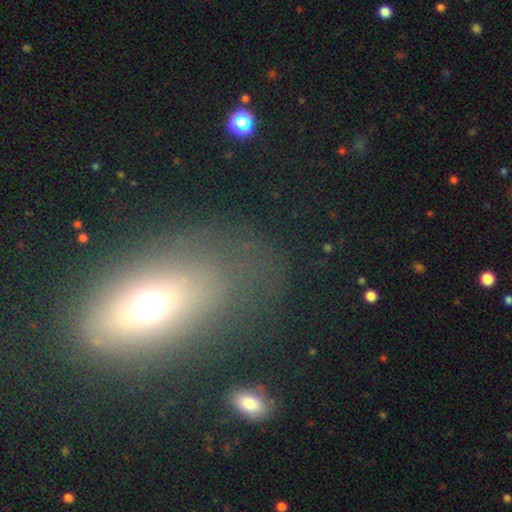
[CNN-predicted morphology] Smooth or featured?
  - smooth: 51% *
  - featured or disk: 29%
  - star or artifact: 20%
How rounded?
  - in between: 72% *
  - round: 21%
  - cigar-shaped: 7%
Merging?
  - none: 65% *
  - minor disturbance: 17%
  - major disturbance: 15%
  - merger: 3%